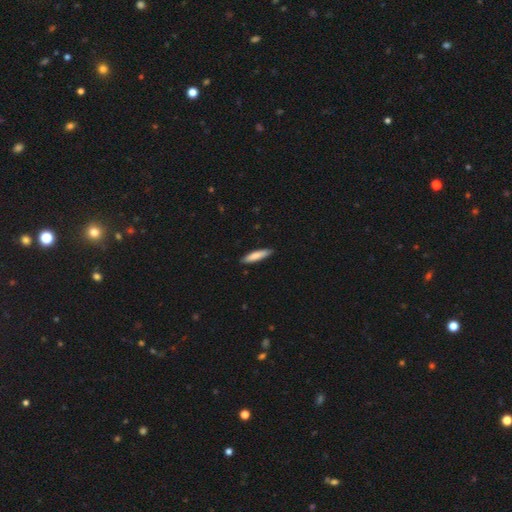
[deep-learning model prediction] This is clearly a smooth galaxy (82%). How rounded: clearly cigar-shaped (81%). Merging: clearly none (88%).